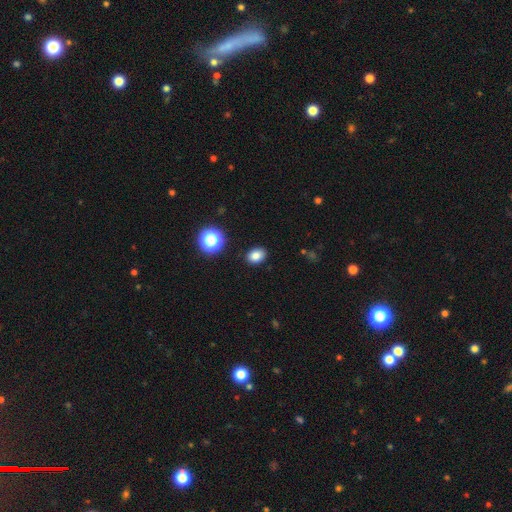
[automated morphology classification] Smooth or featured? Predicted: smooth (p=0.83). How rounded? Predicted: in between (p=0.66). Merging? Predicted: none (p=0.89).